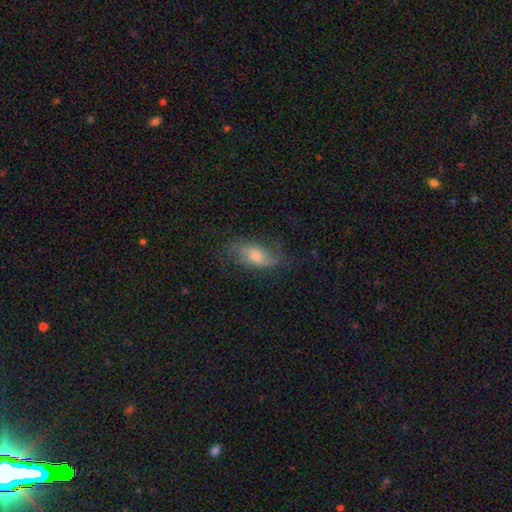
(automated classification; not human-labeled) The model was most divided on "smooth or featured": featured or disk: 52%, smooth: 38%, star or artifact: 10%. More confident: edge-on disk — no (90%); merging — none (65%).